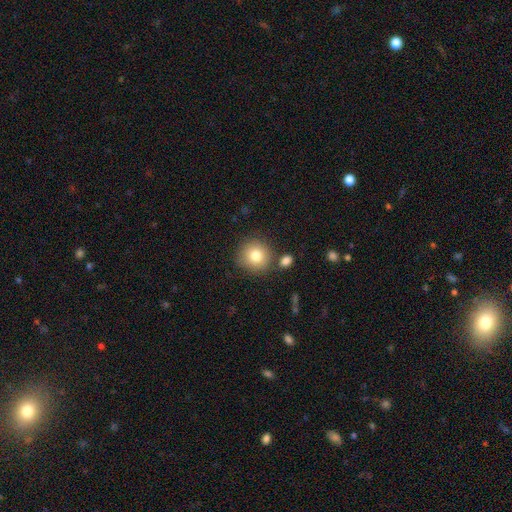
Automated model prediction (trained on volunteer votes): Overall: smooth (79%). How rounded: round (92%). Merging: none (79%).